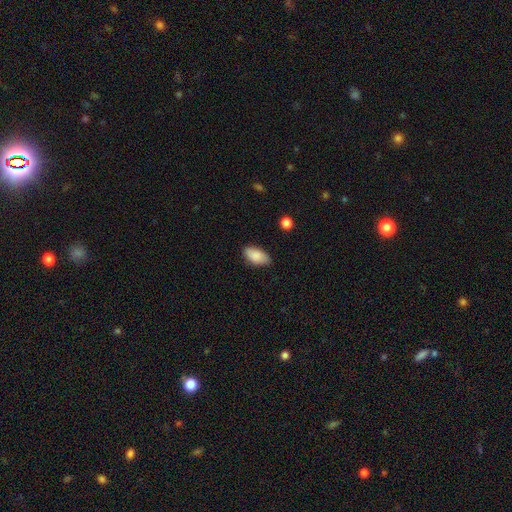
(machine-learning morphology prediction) Smooth or featured?
  - smooth: 87% *
  - star or artifact: 7%
  - featured or disk: 6%
How rounded?
  - in between: 93% *
  - cigar-shaped: 4%
  - round: 3%
Merging?
  - none: 82% *
  - minor disturbance: 14%
  - major disturbance: 3%
  - merger: 1%